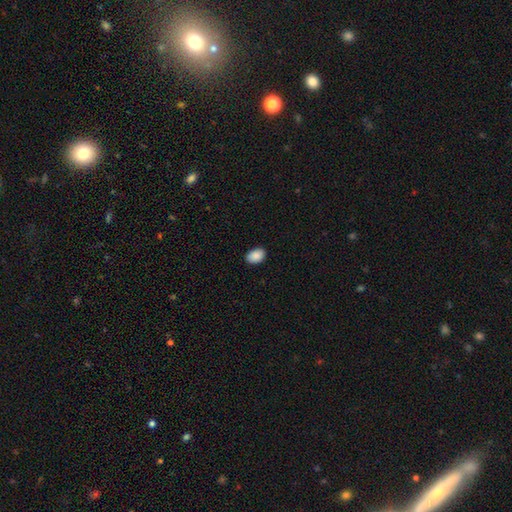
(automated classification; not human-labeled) smooth-or-featured: smooth: 90% | star or artifact: 7% | featured or disk: 3%
  how-rounded: in between: 85% | round: 13% | cigar-shaped: 1%
  merging: none: 88% | minor disturbance: 10% | major disturbance: 2% | merger: 1%